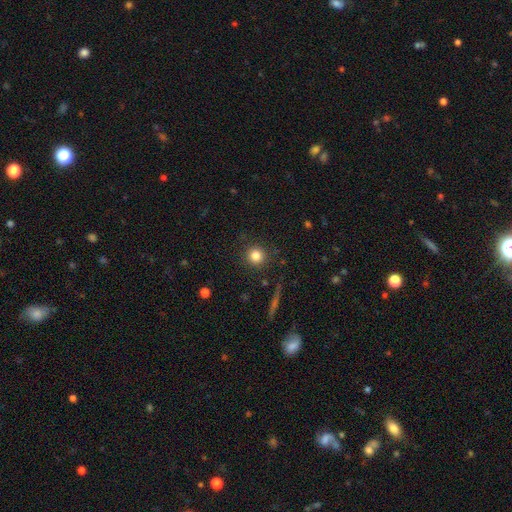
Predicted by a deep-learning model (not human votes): smooth 82%, star or artifact 11%, featured or disk 6%. Down the decision tree: how rounded — round (94%); merging — none (89%).